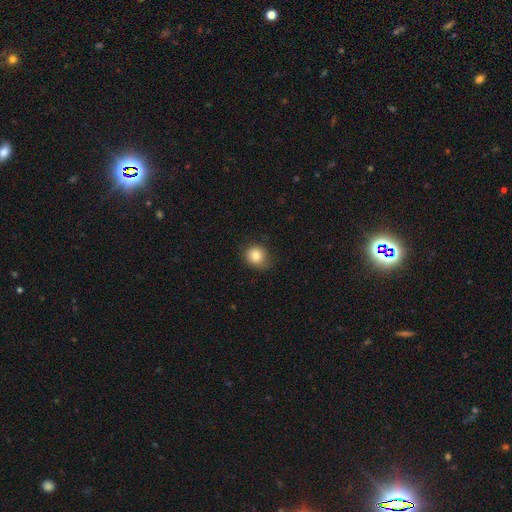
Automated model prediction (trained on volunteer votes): Morphology: type=smooth (81%); roundness=round (85%); merging=none (79%).